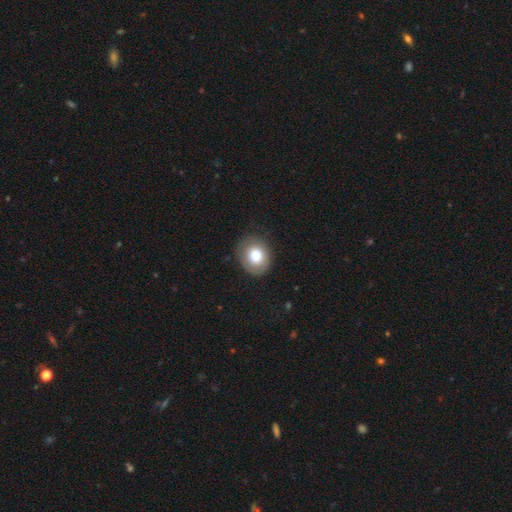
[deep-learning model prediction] This appears to be a smooth galaxy with no disk features (75%) that is round (66%). Merging: none (82%).